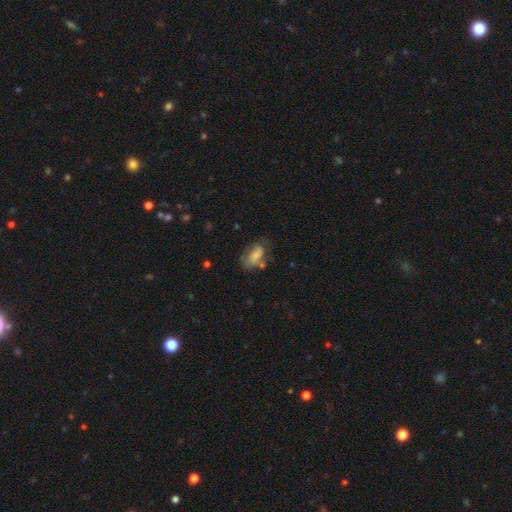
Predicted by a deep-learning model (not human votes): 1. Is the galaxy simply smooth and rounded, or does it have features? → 66% smooth, 25% featured or disk, 9% star or artifact.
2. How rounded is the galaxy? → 87% in between, 7% cigar-shaped, 6% round.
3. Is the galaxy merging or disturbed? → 43% none, 28% minor disturbance, 17% major disturbance, 12% merger.